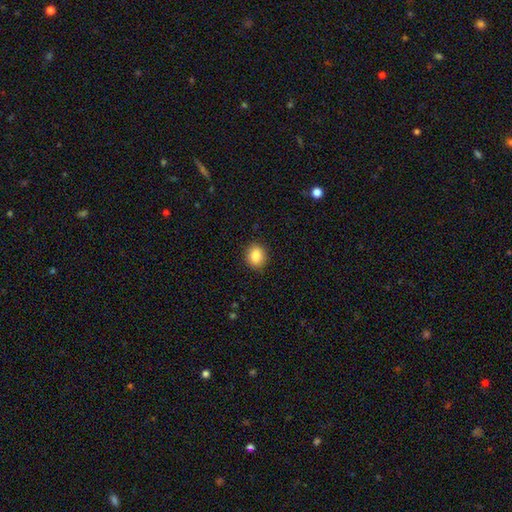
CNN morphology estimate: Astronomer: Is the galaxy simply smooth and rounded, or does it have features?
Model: smooth — 86%.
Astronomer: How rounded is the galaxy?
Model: round — 58% (runner-up: in between, 41%).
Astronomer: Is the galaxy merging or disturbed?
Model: none — 89%.